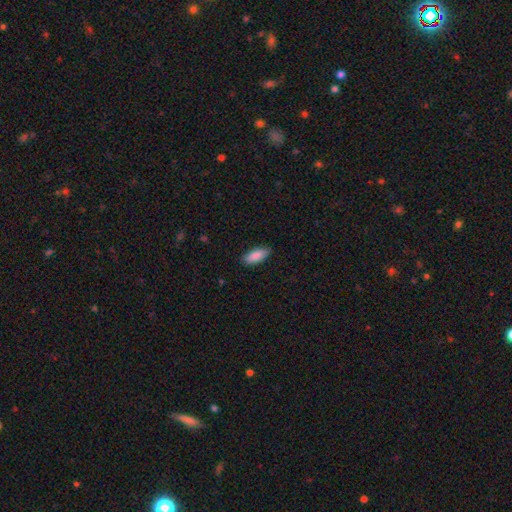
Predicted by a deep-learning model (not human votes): A smooth galaxy with no disk features (88%) that is in between round and cigar-shaped (82%). Merging: none (86%).